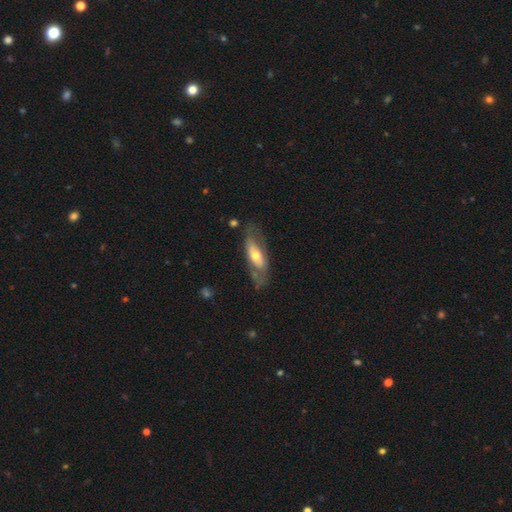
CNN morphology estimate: This is possibly a featured or disk galaxy (56%). It is likely not viewed edge-on (75%). Merging: likely none (64%).